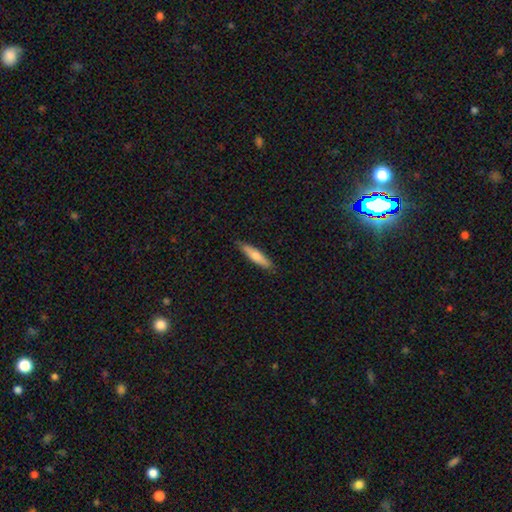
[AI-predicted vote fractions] Overall: smooth (61%; featured or disk 33%). How rounded: cigar-shaped (84%). Merging: none (88%).